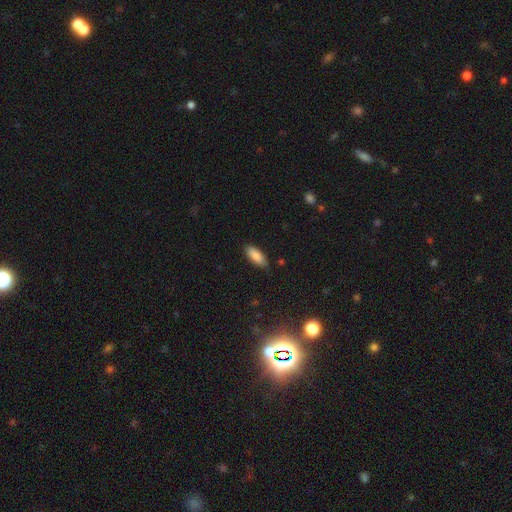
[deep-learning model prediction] Smooth or featured?
  - smooth: 86% *
  - featured or disk: 8%
  - star or artifact: 7%
How rounded?
  - in between: 79% *
  - cigar-shaped: 19%
  - round: 2%
Merging?
  - none: 84% *
  - minor disturbance: 12%
  - major disturbance: 2%
  - merger: 1%